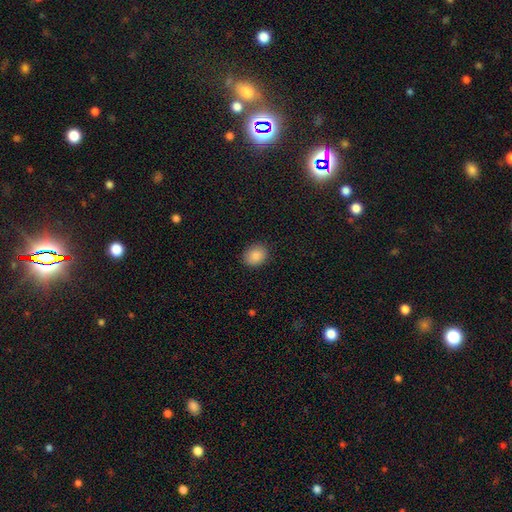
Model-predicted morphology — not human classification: A smooth galaxy with no disk features (87%) that is round (54%).

Vote fractions:
- Smooth or featured? smooth: 87% / star or artifact: 9% / featured or disk: 4%
- How rounded? round: 54% / in between: 45% / cigar-shaped: 1%
- Merging? none: 88% / minor disturbance: 8% / major disturbance: 2% / merger: 1%